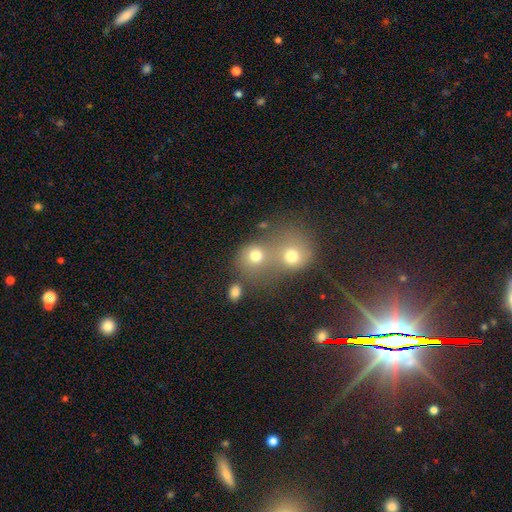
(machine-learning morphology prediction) Smooth or featured: smooth — 73% (star or artifact — 15%)
How rounded: round — 78% (in between — 21%)
Merging: merger — 56% (none — 32%)